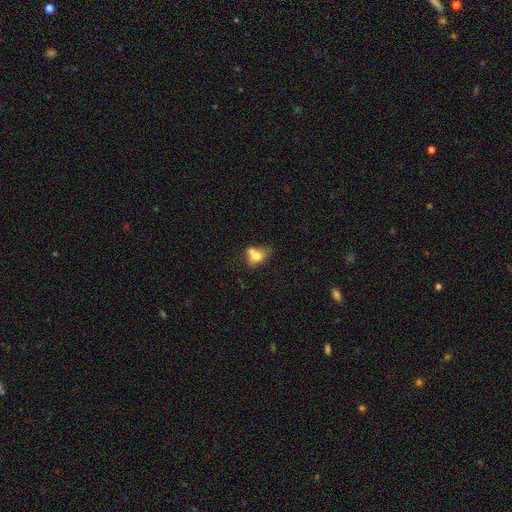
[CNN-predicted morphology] Overall: smooth (69%). How rounded: in between (65%; round 33%). Merging: merger (49%; none 27%).